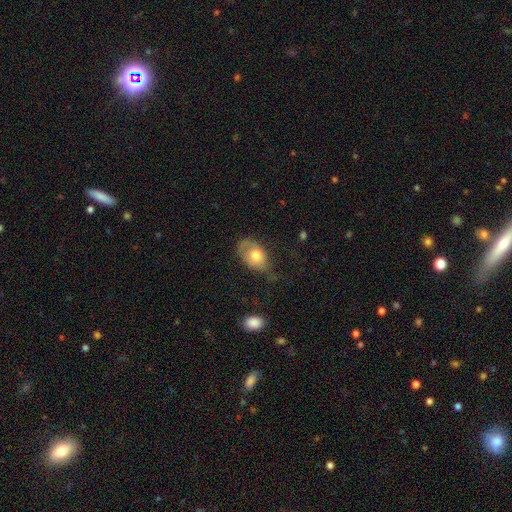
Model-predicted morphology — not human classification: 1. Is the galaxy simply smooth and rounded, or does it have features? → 66% smooth, 27% featured or disk, 7% star or artifact.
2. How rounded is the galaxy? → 81% in between, 17% round, 2% cigar-shaped.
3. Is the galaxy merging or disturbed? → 38% none, 34% minor disturbance, 25% major disturbance, 3% merger.